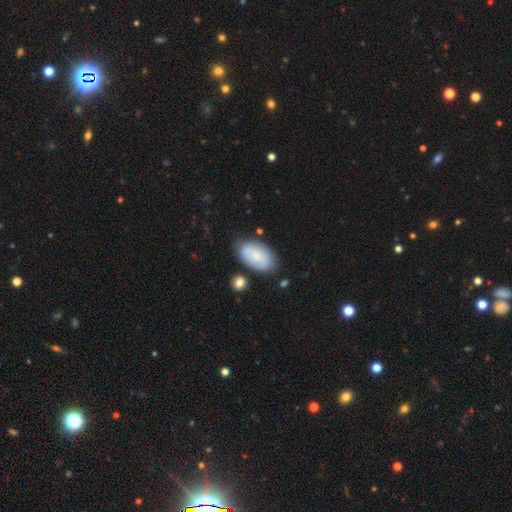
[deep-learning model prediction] The model was most divided on "smooth or featured": smooth: 74%, featured or disk: 20%, star or artifact: 6%. More confident: how rounded — in between (94%); merging — none (75%).